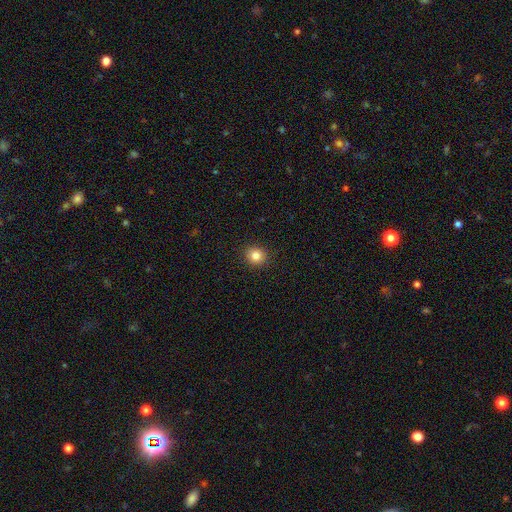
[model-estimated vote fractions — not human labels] The model was most divided on "smooth or featured": smooth: 83%, star or artifact: 11%, featured or disk: 6%. More confident: merging — none (92%); how rounded — round (89%).